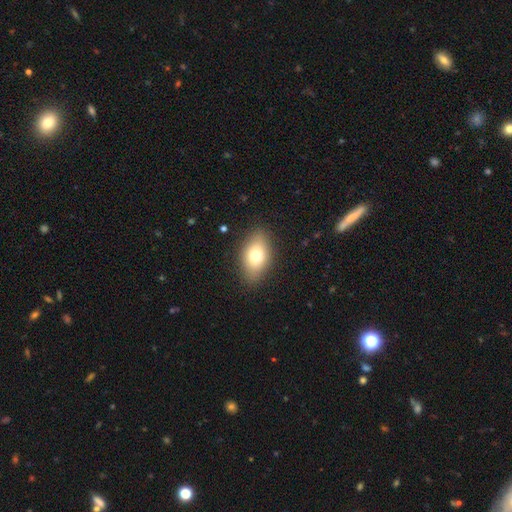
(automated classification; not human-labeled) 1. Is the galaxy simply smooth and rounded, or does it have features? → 75% smooth, 16% featured or disk, 9% star or artifact.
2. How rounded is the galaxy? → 88% in between, 10% round, 3% cigar-shaped.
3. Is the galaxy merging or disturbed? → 85% none, 11% minor disturbance, 3% major disturbance, 1% merger.